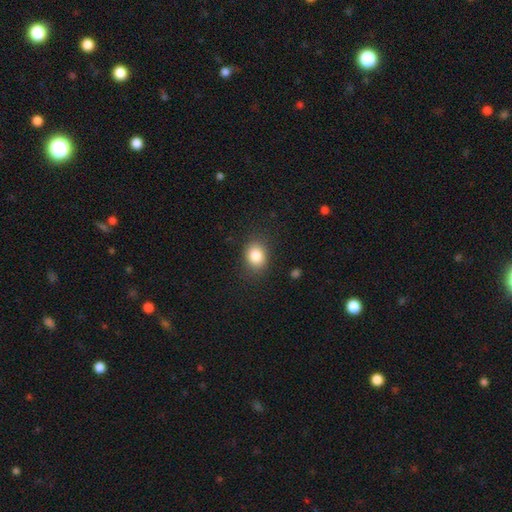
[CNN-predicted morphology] This appears to be a smooth galaxy with no disk features (84%) that is round (51%). Merging: none (84%).